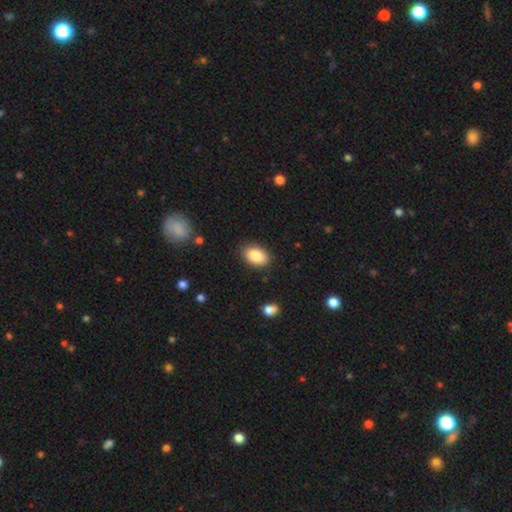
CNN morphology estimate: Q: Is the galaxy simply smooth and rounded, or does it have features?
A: smooth — 87%.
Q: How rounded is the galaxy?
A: in between — 90%.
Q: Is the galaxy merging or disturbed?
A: none — 86%.